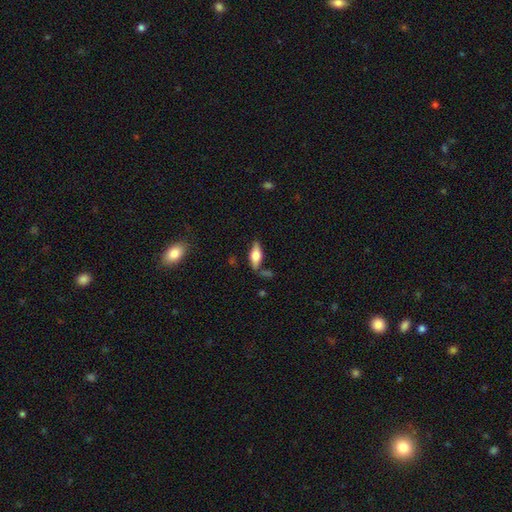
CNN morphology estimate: A smooth galaxy with no disk features (52%) that is in between round and cigar-shaped (71%). Merging: none (73%).